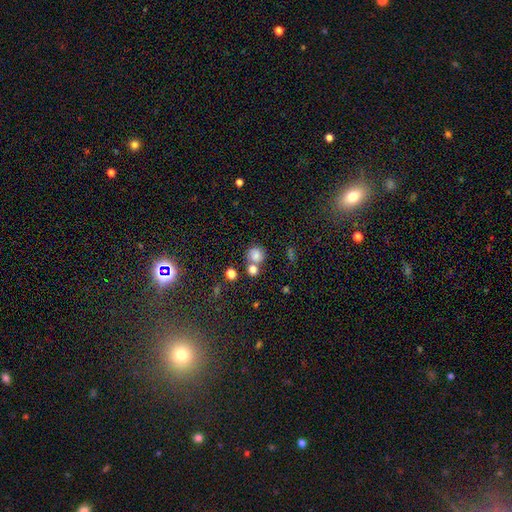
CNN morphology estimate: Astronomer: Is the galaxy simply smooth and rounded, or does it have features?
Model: smooth — 75%.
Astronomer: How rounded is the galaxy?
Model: round — 86%.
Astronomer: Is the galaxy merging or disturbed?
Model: none — 53% (runner-up: merger, 31%).